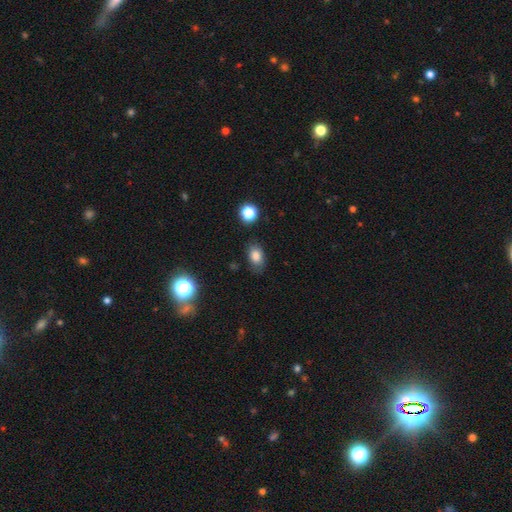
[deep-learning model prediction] The model was most divided on "merging": none: 78%, minor disturbance: 16%, major disturbance: 4%, merger: 2%. More confident: how rounded — in between (82%); smooth or featured — smooth (81%).